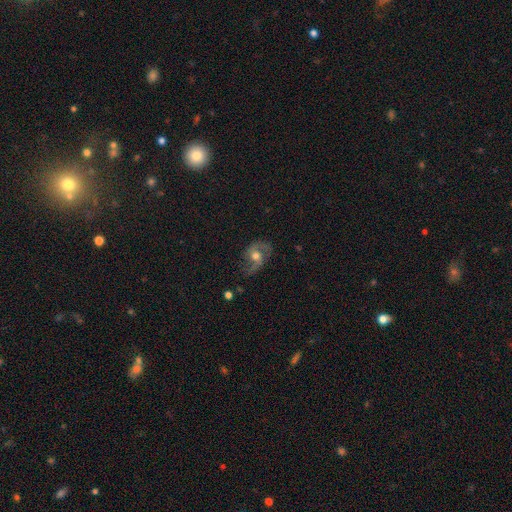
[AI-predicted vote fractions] Morphology: type=featured or disk (73%); edge-on=no (96%); bar=no (61%); spiral arms=yes (89%); winding=loose (49%); arm count=2 (86%); bulge=moderate (69%); merging=none (63%).